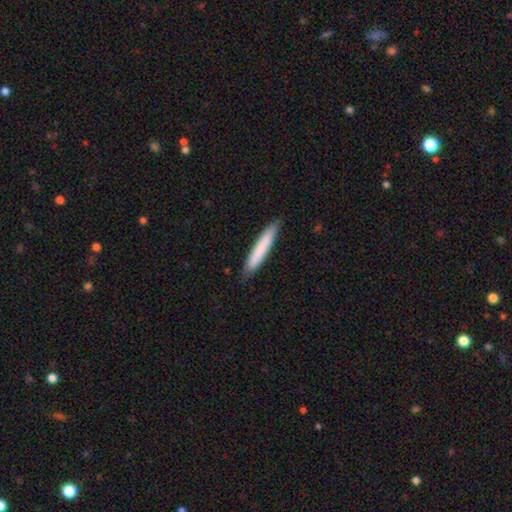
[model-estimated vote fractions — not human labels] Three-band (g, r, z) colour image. It shows a smooth galaxy with no disk features (78%) that is cigar-shaped (92%). Merging: none (87%).